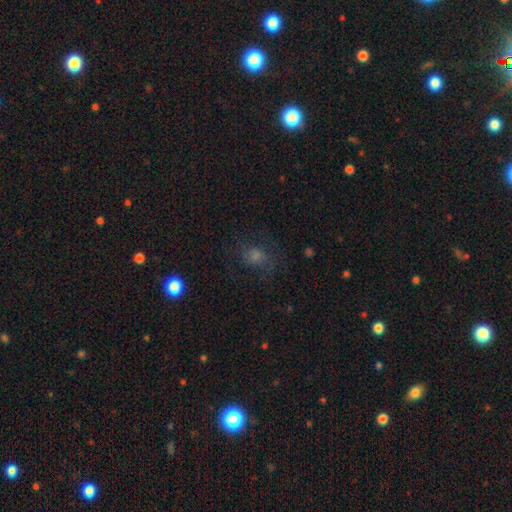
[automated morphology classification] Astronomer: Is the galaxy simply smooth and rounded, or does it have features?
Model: smooth — 48% (runner-up: star or artifact, 28%).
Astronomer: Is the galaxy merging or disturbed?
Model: none — 62%.